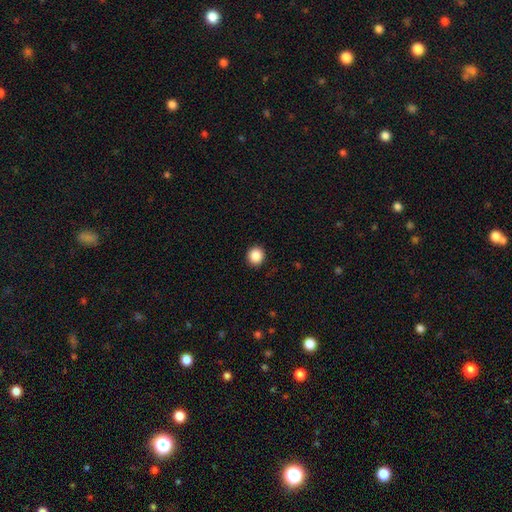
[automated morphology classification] The model was most divided on "smooth or featured": smooth: 88%, star or artifact: 9%, featured or disk: 3%. More confident: merging — none (92%); how rounded — round (89%).